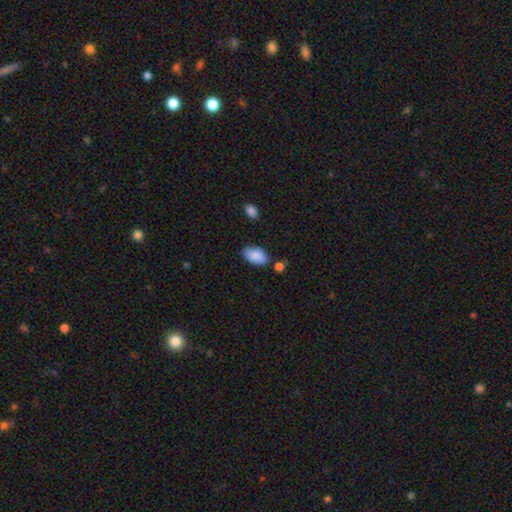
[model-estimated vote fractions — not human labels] Morphology: type=smooth (89%); roundness=in between (94%); merging=none (73%).